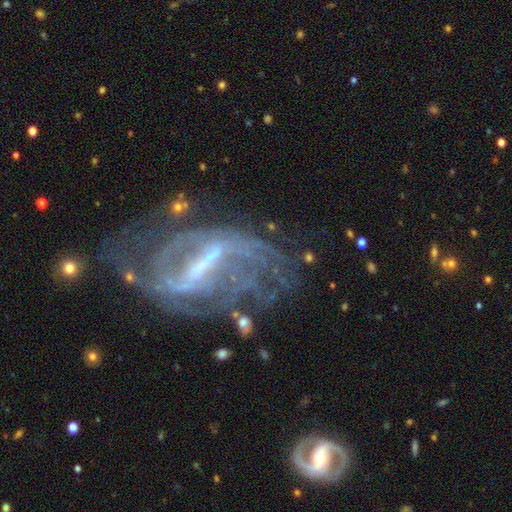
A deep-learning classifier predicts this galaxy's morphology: This is clearly a featured or disk galaxy (82%). It is clearly not viewed edge-on (89%). Bar: likely strong (69%). Spiral arm pattern: likely yes (79%). Spiral arm count: marginally 2 (44%). Spiral winding: marginally medium (38%). Central bulge: marginally small (44%). Merging: possibly none (50%).